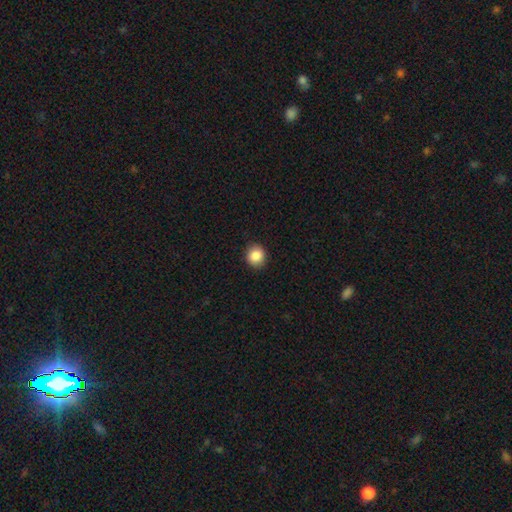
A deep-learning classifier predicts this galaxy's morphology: Q: Smooth or featured?
A: smooth (87%); runner-up: star or artifact (9%)
Q: How rounded?
A: round (84%); runner-up: in between (15%)
Q: Merging?
A: none (90%); runner-up: minor disturbance (7%)